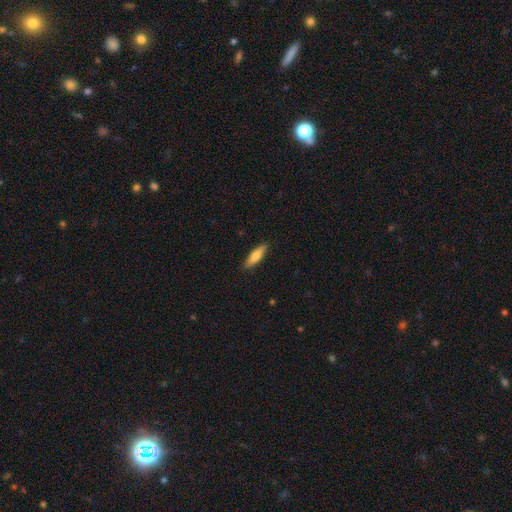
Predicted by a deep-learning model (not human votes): A smooth galaxy with no disk features (72%) that is cigar-shaped (62%). Merging: none (88%).